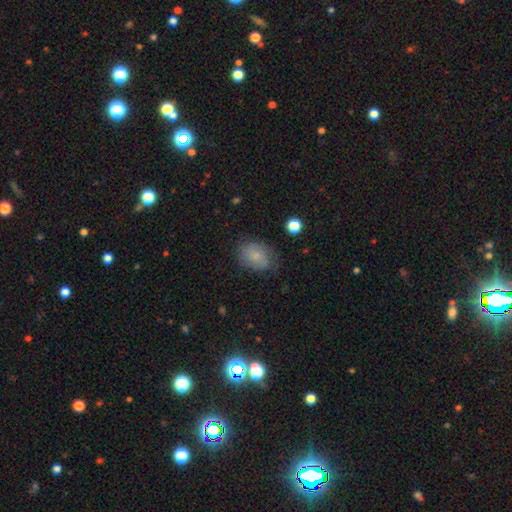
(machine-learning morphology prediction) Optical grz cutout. It shows a smooth galaxy with no disk features (74%) that is in between round and cigar-shaped (68%). Merging: none (68%).